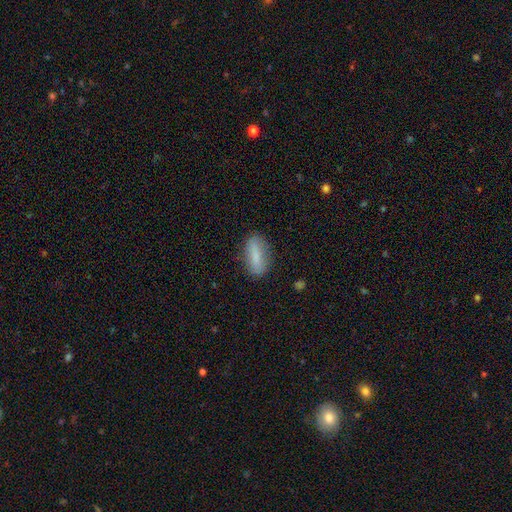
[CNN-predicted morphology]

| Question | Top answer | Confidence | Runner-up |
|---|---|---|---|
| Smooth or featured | smooth | 76% | featured or disk (17%) |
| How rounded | in between | 72% | cigar-shaped (24%) |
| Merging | none | 82% | minor disturbance (13%) |